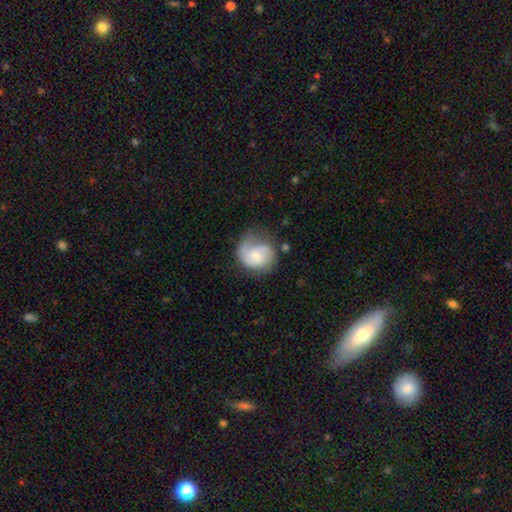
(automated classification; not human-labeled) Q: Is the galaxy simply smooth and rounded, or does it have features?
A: featured or disk — 55%.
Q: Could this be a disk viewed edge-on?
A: no — 98%.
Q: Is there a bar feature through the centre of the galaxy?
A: no — 70%.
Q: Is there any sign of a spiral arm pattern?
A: yes — 82%.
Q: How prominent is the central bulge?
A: moderate — 46%.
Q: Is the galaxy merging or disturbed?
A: none — 43%.